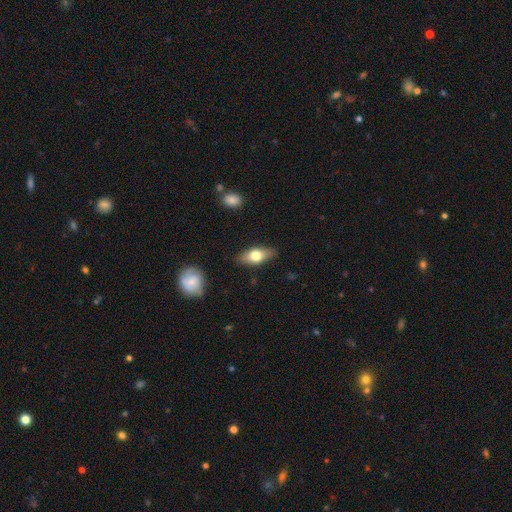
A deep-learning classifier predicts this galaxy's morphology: This is likely a smooth galaxy (65%). How rounded: clearly in between (80%). Merging: clearly none (84%).